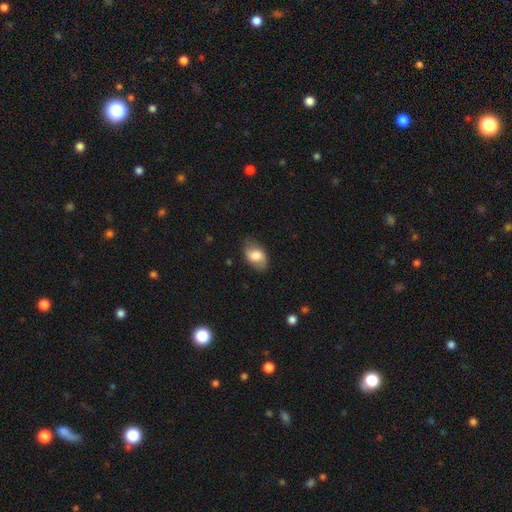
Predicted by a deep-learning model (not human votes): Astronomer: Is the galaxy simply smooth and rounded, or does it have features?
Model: smooth — 68%.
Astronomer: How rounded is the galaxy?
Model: in between — 88%.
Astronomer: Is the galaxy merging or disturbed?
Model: none — 73%.